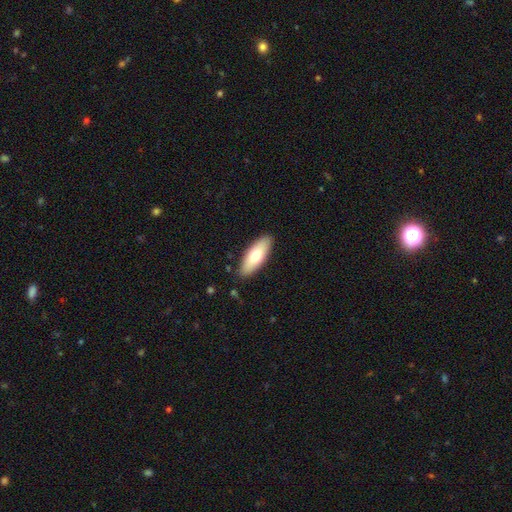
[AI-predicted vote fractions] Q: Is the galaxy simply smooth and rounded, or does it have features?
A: smooth — 71%.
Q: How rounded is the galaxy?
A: in between — 71%.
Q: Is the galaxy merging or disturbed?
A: none — 88%.